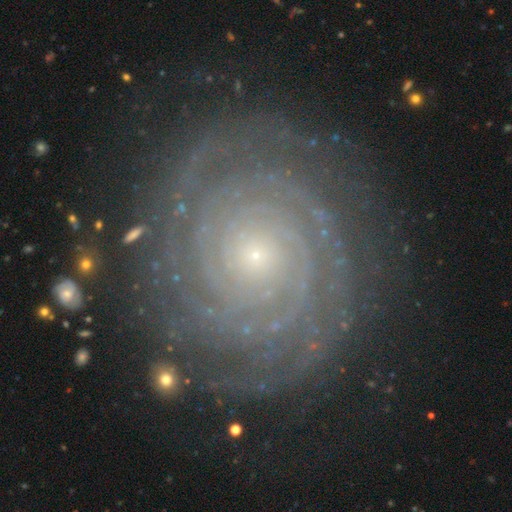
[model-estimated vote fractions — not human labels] The model was most divided on "spiral arm count": 2: 27%, can't tell: 18%, 4: 16%, 3: 15%, more than 4: 15%, 1: 8%. More confident: spiral arms — yes (98%); edge-on disk — no (97%); spiral winding — tight (90%); smooth or featured — featured or disk (88%); merging — none (85%); bulge size — small (83%); bar — no (83%).